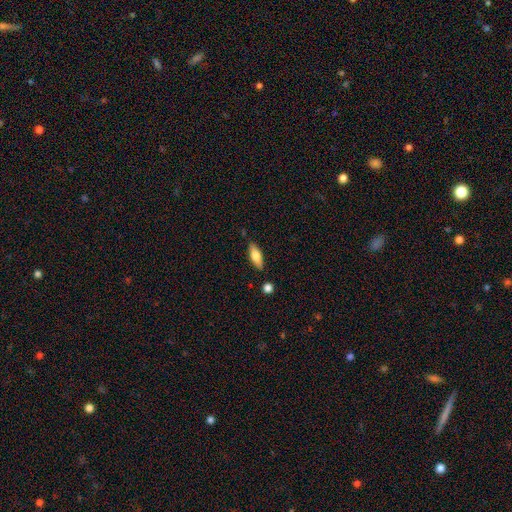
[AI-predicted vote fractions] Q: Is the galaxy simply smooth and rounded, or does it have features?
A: smooth — 71%.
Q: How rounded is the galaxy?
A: in between — 65%.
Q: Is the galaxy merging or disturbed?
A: none — 84%.